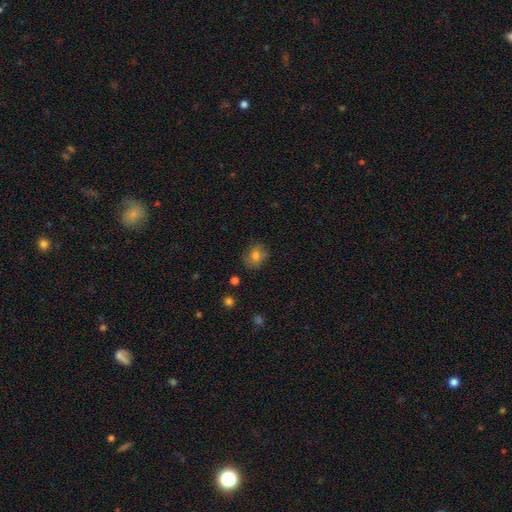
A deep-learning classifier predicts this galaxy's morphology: A smooth galaxy with no disk features (77%) that is round (53%). Merging: none (73%).